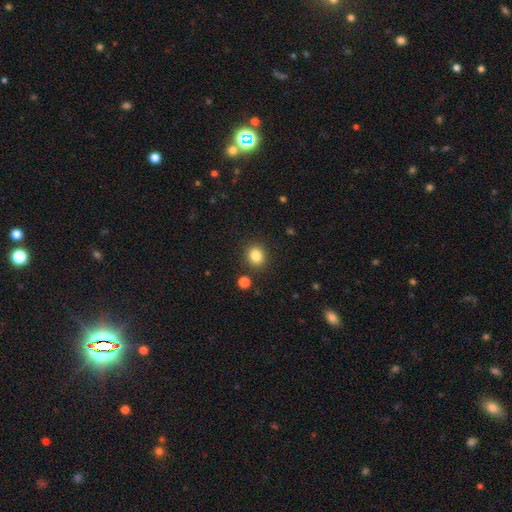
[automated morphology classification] A smooth galaxy with no disk features (84%) that is round (75%).

Vote fractions:
- Smooth or featured? smooth: 84% / star or artifact: 11% / featured or disk: 5%
- How rounded? round: 75% / in between: 24% / cigar-shaped: 1%
- Merging? none: 88% / minor disturbance: 7% / merger: 3% / major disturbance: 2%